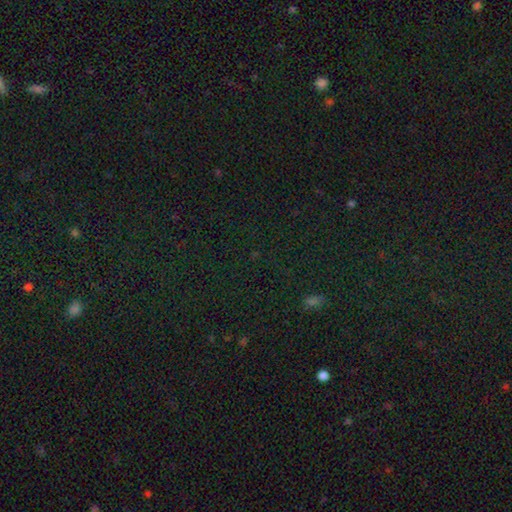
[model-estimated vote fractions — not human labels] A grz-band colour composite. It shows a star or artifact, not a galaxy (74%).